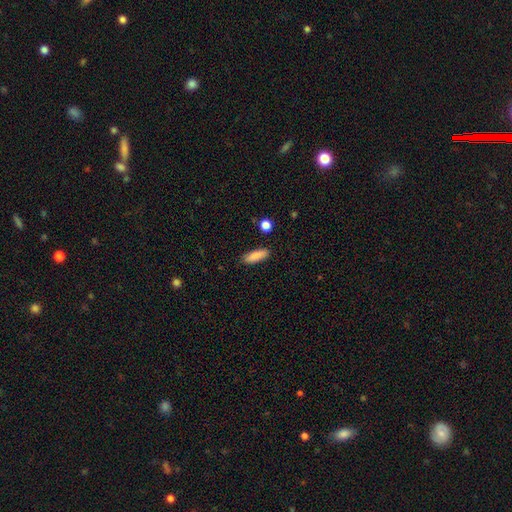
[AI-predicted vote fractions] Q: Smooth or featured?
A: smooth (87%); runner-up: star or artifact (7%)
Q: How rounded?
A: in between (52%); runner-up: cigar-shaped (45%)
Q: Merging?
A: none (87%); runner-up: minor disturbance (9%)